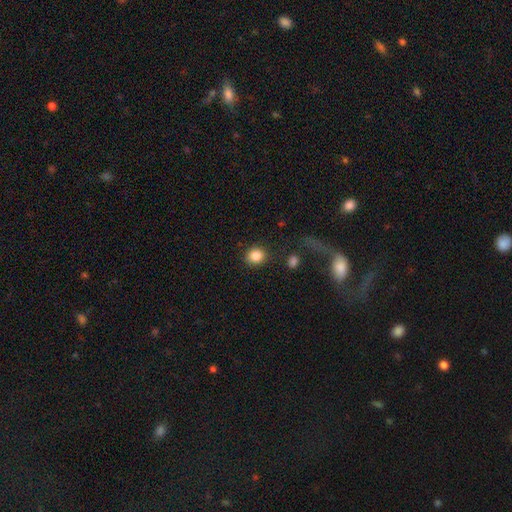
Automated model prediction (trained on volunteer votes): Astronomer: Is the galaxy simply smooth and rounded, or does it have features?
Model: smooth — 85%.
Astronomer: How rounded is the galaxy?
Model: round — 80%.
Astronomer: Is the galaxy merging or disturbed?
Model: none — 86%.